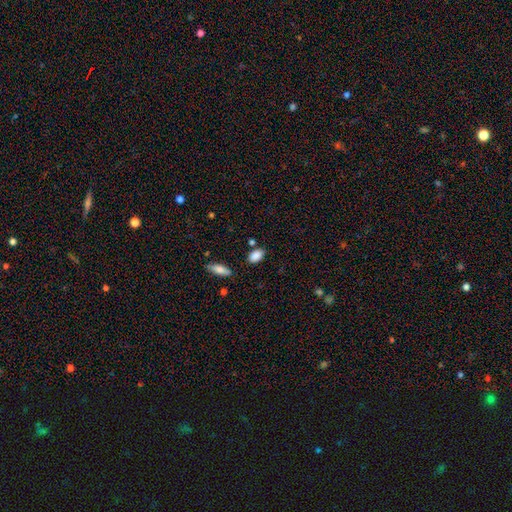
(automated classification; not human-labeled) This is clearly a smooth galaxy (87%). How rounded: clearly in between (90%). Merging: clearly none (80%).